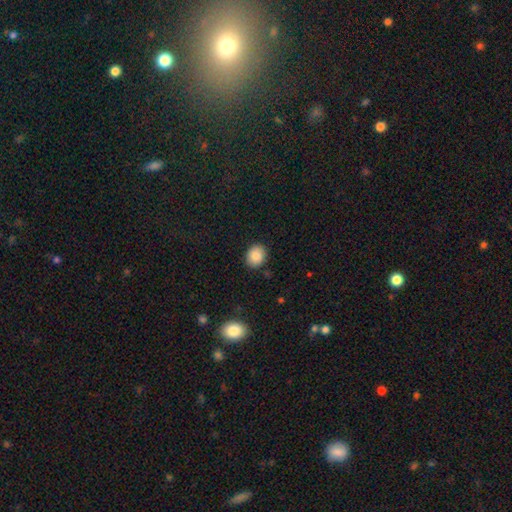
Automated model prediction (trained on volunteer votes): This appears to be a smooth galaxy with no disk features (87%) that is round (56%). Merging: none (88%).